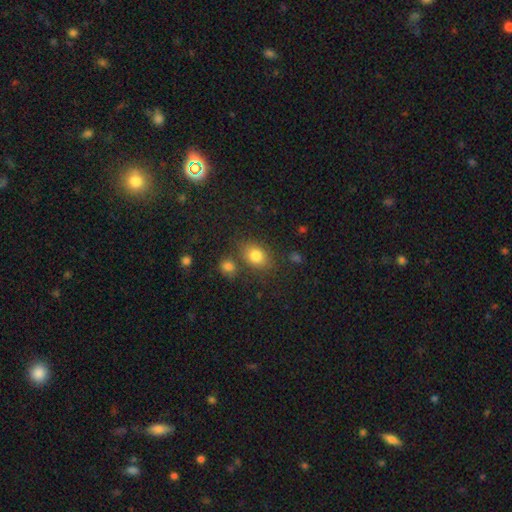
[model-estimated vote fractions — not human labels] This is clearly a smooth galaxy (80%). How rounded: likely in between (65%). Merging: likely none (72%).